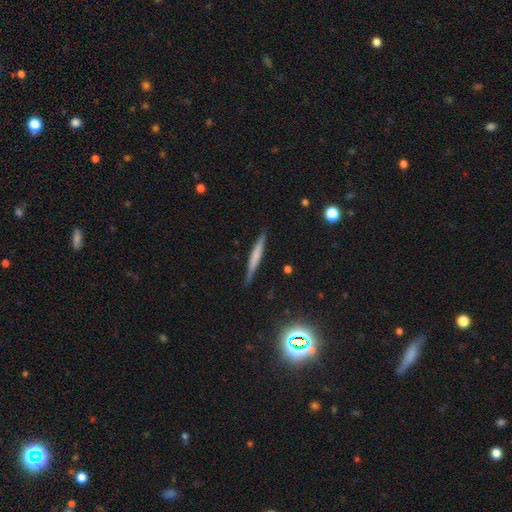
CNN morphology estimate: type=smooth (53%); roundness=cigar-shaped (95%); merging=none (87%).